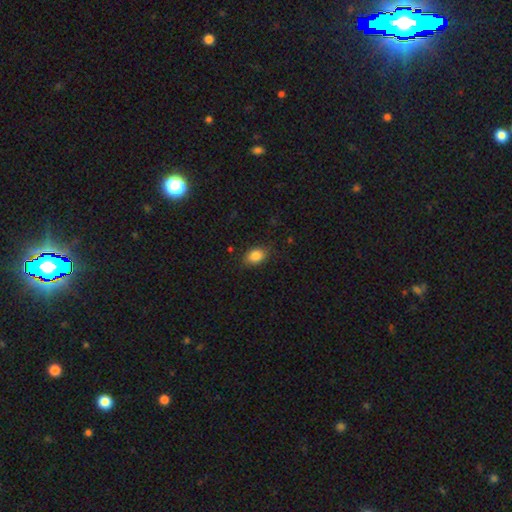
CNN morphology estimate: This is clearly a smooth galaxy (86%). How rounded: likely in between (72%). Merging: clearly none (82%).